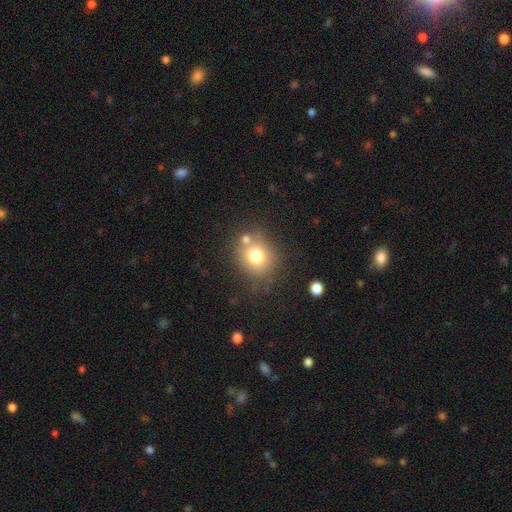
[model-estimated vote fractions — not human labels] smooth 75%, featured or disk 13%, star or artifact 12%. Down the decision tree: how rounded — round (77%); merging — none (67%).